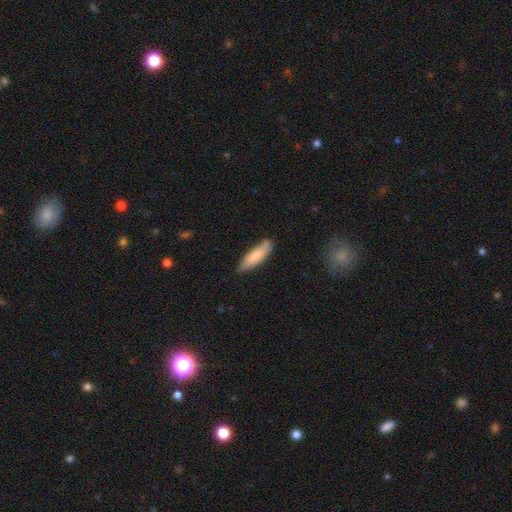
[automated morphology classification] The model was most divided on "how rounded": cigar-shaped: 54%, in between: 45%, round: 2%. More confident: smooth or featured — smooth (80%); merging — none (71%).